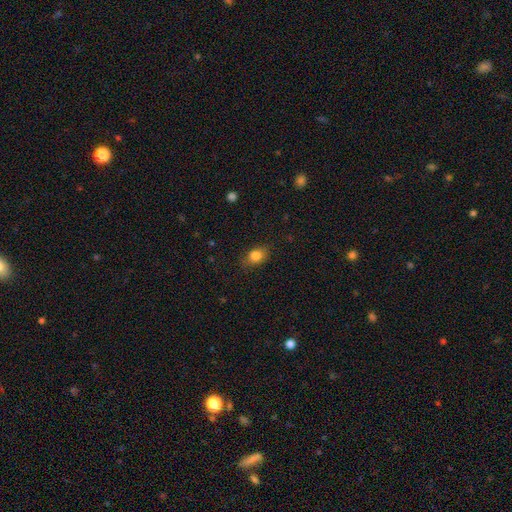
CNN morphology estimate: Overall: smooth (83%). How rounded: in between (68%; round 29%). Merging: none (79%).